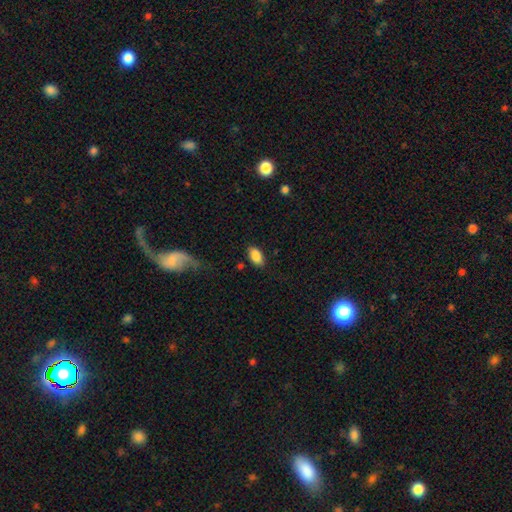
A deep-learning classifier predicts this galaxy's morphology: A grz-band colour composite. It shows a smooth galaxy with no disk features (88%) that is in between round and cigar-shaped (93%). Merging: none (82%).